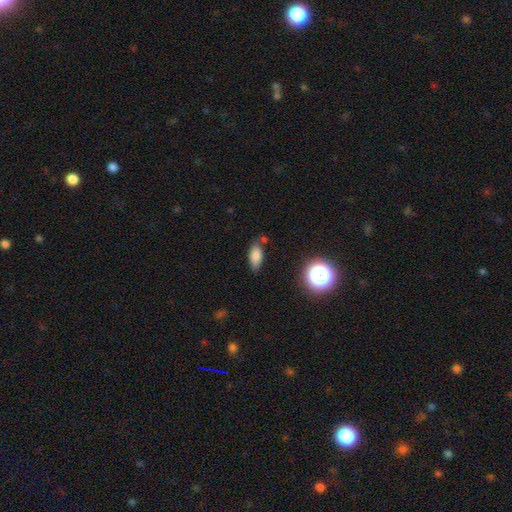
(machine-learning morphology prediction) This is clearly a smooth galaxy (80%). How rounded: clearly in between (82%). Merging: likely none (76%).